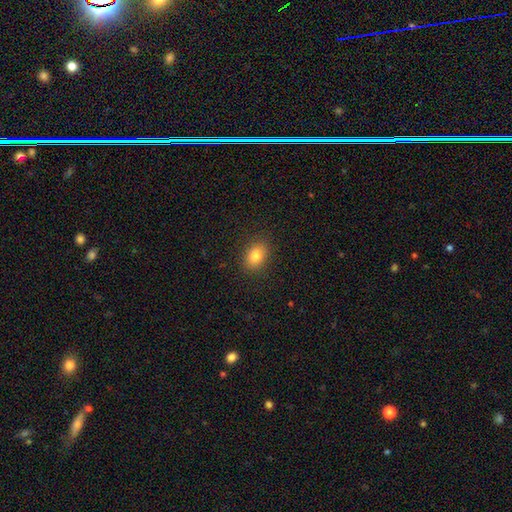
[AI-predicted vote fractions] This is clearly a smooth galaxy (82%). How rounded: likely in between (72%). Merging: clearly none (88%).